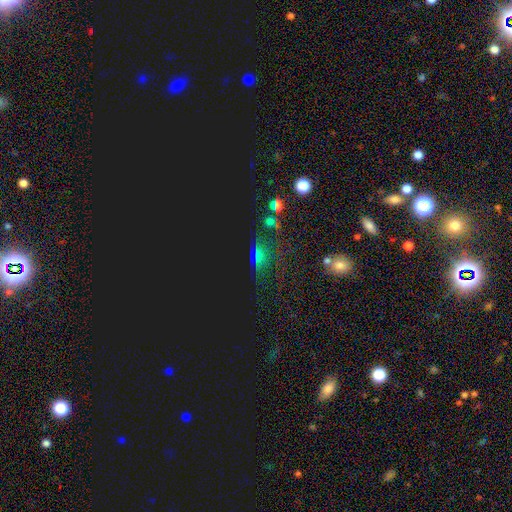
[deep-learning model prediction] Morphology: type=star or artifact (69%).